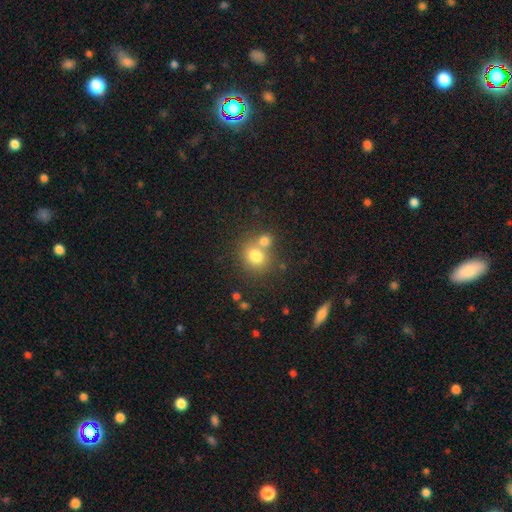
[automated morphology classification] Q: Smooth or featured?
A: smooth (76%); runner-up: star or artifact (12%)
Q: How rounded?
A: round (76%); runner-up: in between (23%)
Q: Merging?
A: none (49%); runner-up: merger (38%)